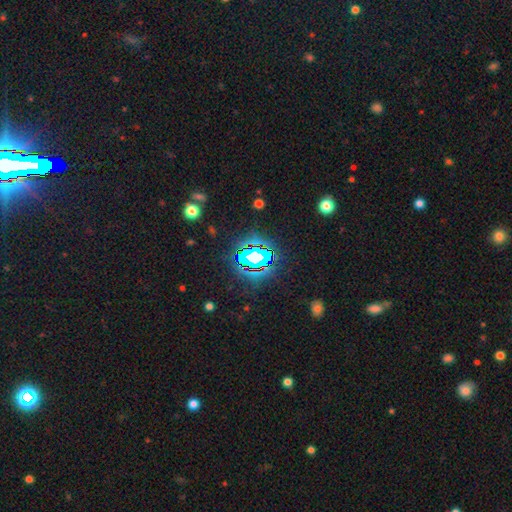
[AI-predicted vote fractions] Smooth or featured? Predicted: star or artifact (p=0.73).